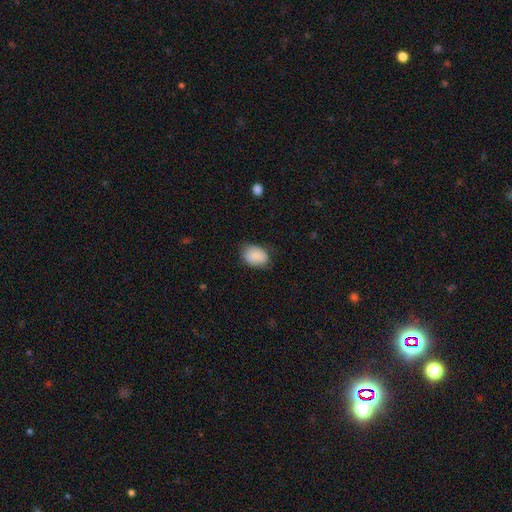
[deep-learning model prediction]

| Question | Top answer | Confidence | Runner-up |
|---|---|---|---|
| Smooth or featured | smooth | 87% | star or artifact (7%) |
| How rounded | in between | 79% | round (20%) |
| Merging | none | 72% | minor disturbance (22%) |